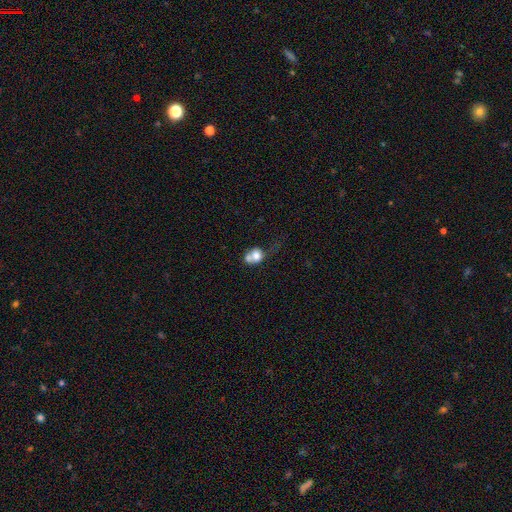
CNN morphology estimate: Smooth or featured?
  - smooth: 68% *
  - featured or disk: 22%
  - star or artifact: 10%
How rounded?
  - round: 52% *
  - in between: 46%
  - cigar-shaped: 1%
Merging?
  - merger: 53% *
  - none: 19%
  - major disturbance: 16%
  - minor disturbance: 12%